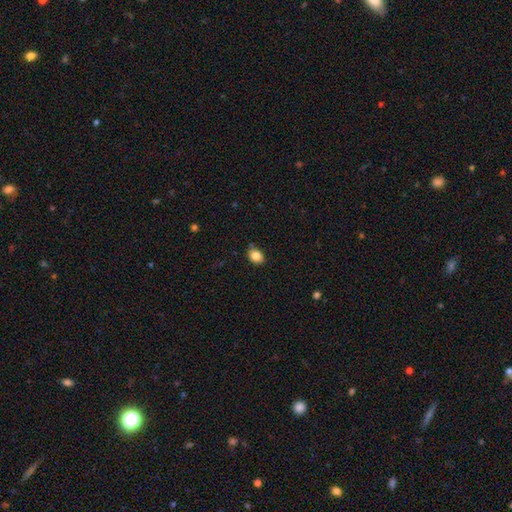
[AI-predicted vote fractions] smooth_or_featured: smooth (p=0.85) [alt: star or artifact p=0.09]
how_rounded: in between (p=0.62) [alt: round p=0.37]
merging: none (p=0.80) [alt: minor disturbance p=0.15]